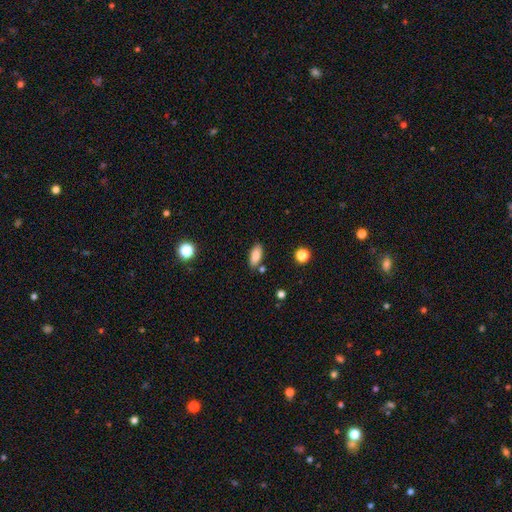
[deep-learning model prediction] Smooth or featured: smooth — 86% (star or artifact — 8%)
How rounded: in between — 85% (cigar-shaped — 13%)
Merging: none — 81% (minor disturbance — 12%)